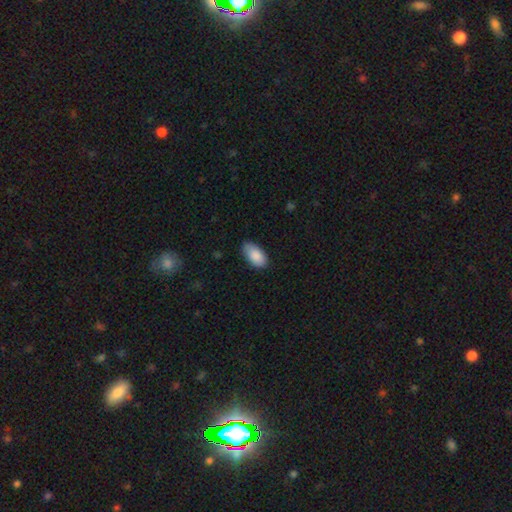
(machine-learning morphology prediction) type=smooth (89%); roundness=in between (94%); merging=none (77%).